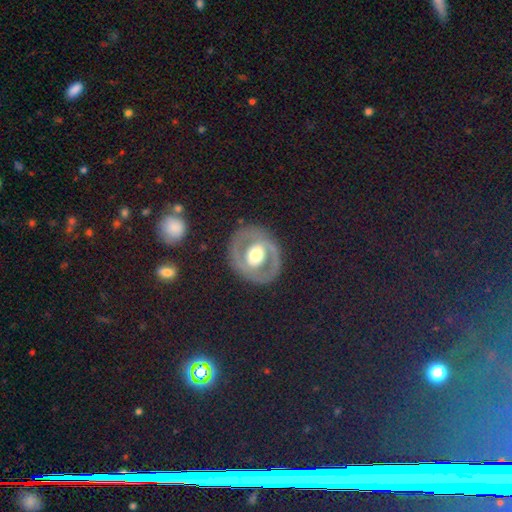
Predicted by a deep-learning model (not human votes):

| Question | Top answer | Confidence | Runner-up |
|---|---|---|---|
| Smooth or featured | featured or disk | 63% | smooth (29%) |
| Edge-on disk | no | 94% | yes (6%) |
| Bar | no | 48% | weak (31%) |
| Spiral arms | no | 61% | yes (39%) |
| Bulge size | moderate | 63% | large (28%) |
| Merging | none | 80% | minor disturbance (12%) |